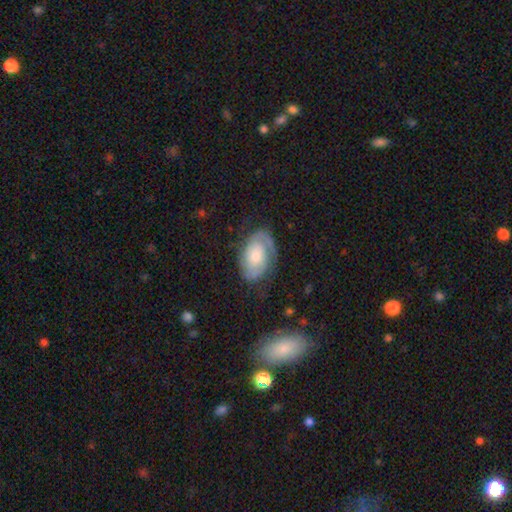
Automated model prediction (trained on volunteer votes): A featured or disk galaxy (69%) with no bar (72%), 2 (67%) tight (51%) spiral arms (90%) and a moderate central bulge (44%).

Vote fractions:
- Smooth or featured? featured or disk: 69% / smooth: 24% / star or artifact: 6%
- Edge-on disk? no: 96% / yes: 4%
- Bar? no: 72% / weak: 23% / strong: 4%
- Spiral arms? yes: 90% / no: 10%
- Spiral winding? tight: 51% / medium: 36% / loose: 13%
- Spiral arm count? 2: 67% / can't tell: 15% / 1: 12% / 3: 3% / 4: 1% / more than 4: 1%
- Bulge size? moderate: 44% / small: 29% / large: 18% / none: 6% / dominant: 3%
- Merging? none: 71% / minor disturbance: 19% / major disturbance: 9% / merger: 2%